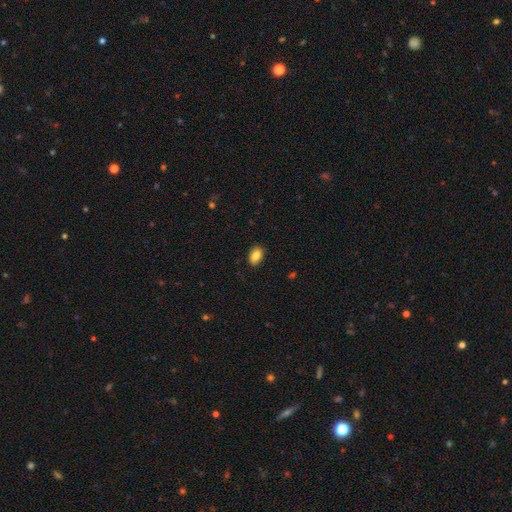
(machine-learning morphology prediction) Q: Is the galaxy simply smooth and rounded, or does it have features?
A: smooth — 86%.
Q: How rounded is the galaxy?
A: in between — 87%.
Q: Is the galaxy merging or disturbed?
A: none — 89%.